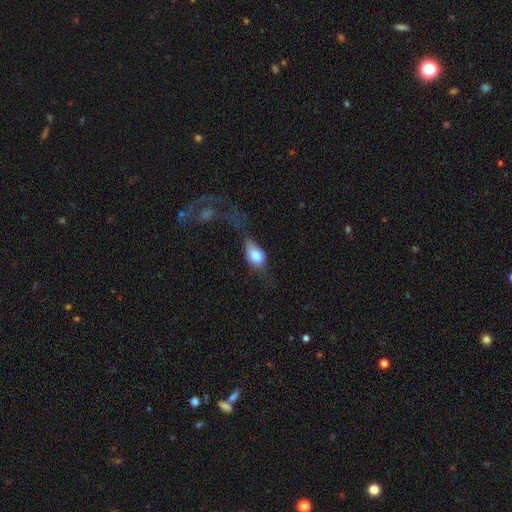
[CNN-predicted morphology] Overall: smooth (66%; featured or disk 27%). How rounded: in between (78%). Merging: none (35%; major disturbance 32%).